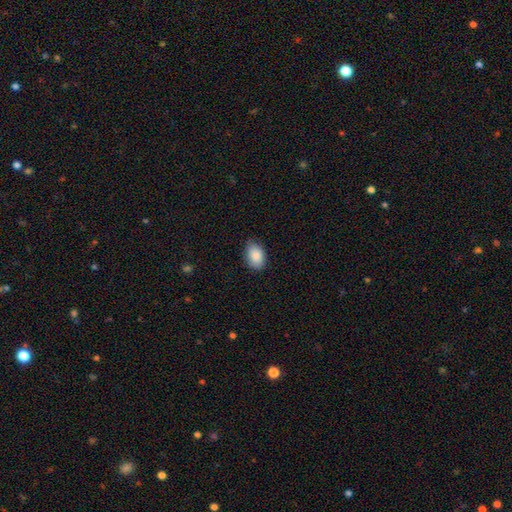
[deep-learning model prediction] Smooth or featured? smooth (89%)
How rounded? in between (87%)
Merging? none (78%)